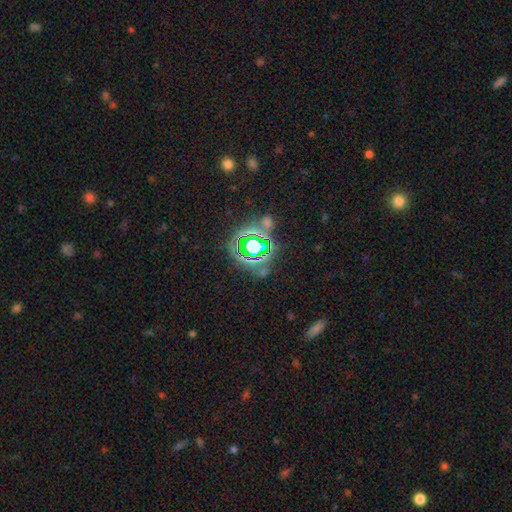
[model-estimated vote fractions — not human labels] smooth-or-featured: star or artifact: 78% | smooth: 15% | featured or disk: 8%